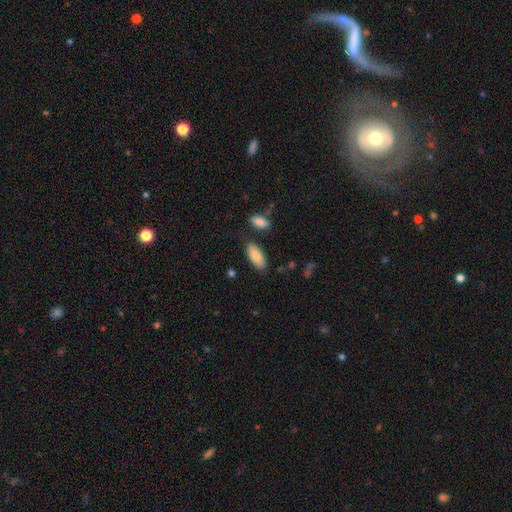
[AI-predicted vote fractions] Smooth or featured?
  - smooth: 85% *
  - featured or disk: 9%
  - star or artifact: 6%
How rounded?
  - in between: 86% *
  - cigar-shaped: 12%
  - round: 2%
Merging?
  - none: 79% *
  - minor disturbance: 13%
  - merger: 5%
  - major disturbance: 3%